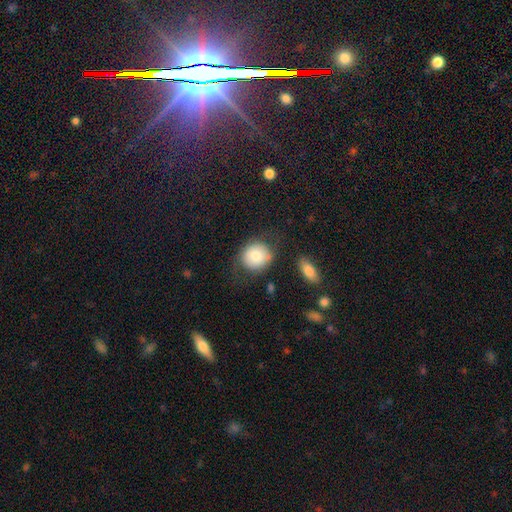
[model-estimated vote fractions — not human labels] Smooth or featured?
  - smooth: 77% *
  - featured or disk: 15%
  - star or artifact: 8%
How rounded?
  - round: 81% *
  - in between: 18%
  - cigar-shaped: 1%
Merging?
  - none: 64% *
  - minor disturbance: 21%
  - major disturbance: 11%
  - merger: 4%